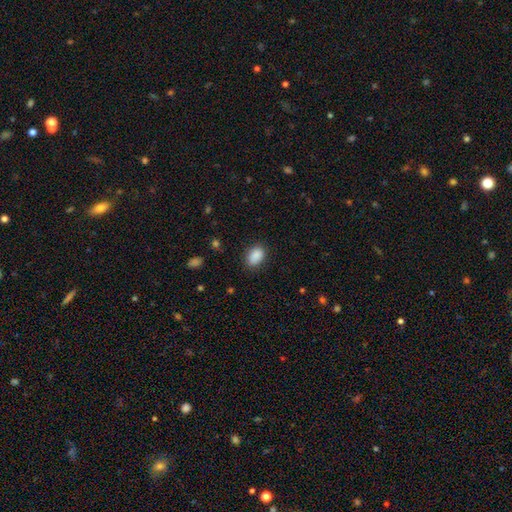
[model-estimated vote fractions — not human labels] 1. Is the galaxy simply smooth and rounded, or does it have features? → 89% smooth, 8% star or artifact, 3% featured or disk.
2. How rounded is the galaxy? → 84% in between, 15% round, 1% cigar-shaped.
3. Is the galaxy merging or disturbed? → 83% none, 12% minor disturbance, 3% major disturbance, 1% merger.